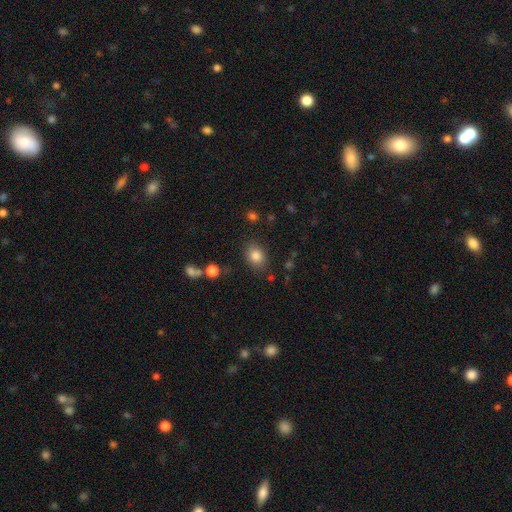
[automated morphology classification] type=smooth (83%); roundness=in between (58%); merging=none (81%).